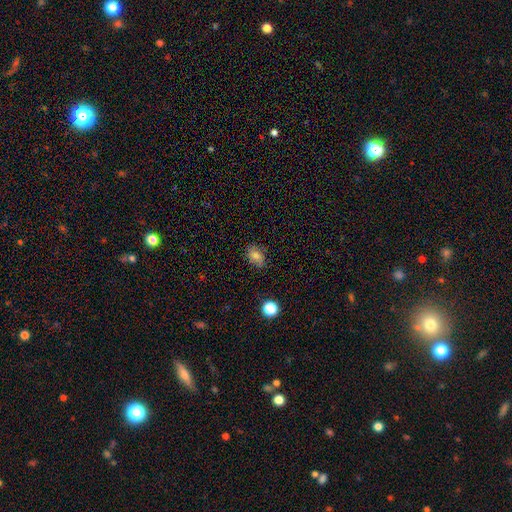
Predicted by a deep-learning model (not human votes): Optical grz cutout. It shows a smooth galaxy with no disk features (74%) that is in between round and cigar-shaped (76%). Merging: none (78%).